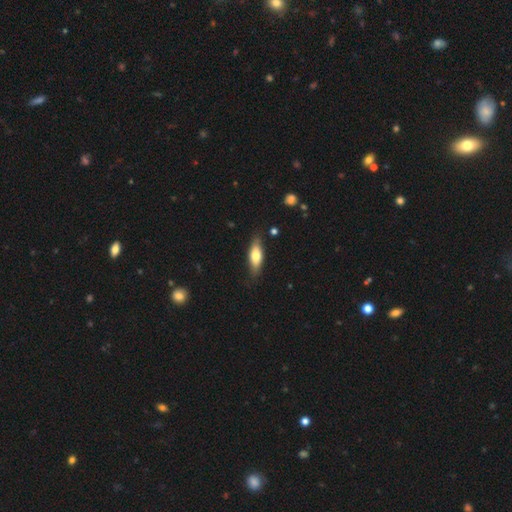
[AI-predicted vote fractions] Overall: smooth (68%). How rounded: in between (62%; cigar-shaped 35%). Merging: none (79%).